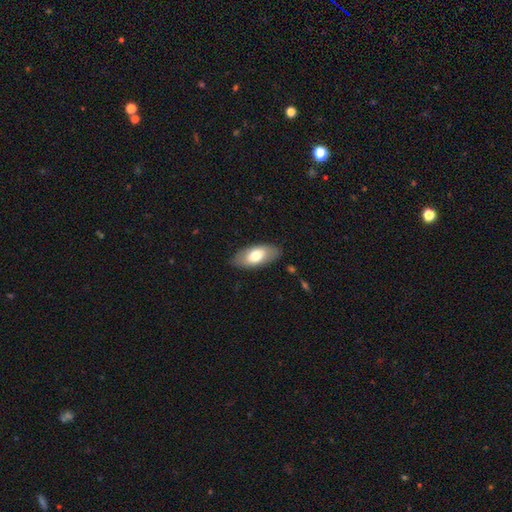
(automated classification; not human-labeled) Q: Smooth or featured?
A: smooth (67%); runner-up: featured or disk (27%)
Q: How rounded?
A: in between (91%); runner-up: cigar-shaped (7%)
Q: Merging?
A: none (84%); runner-up: minor disturbance (12%)